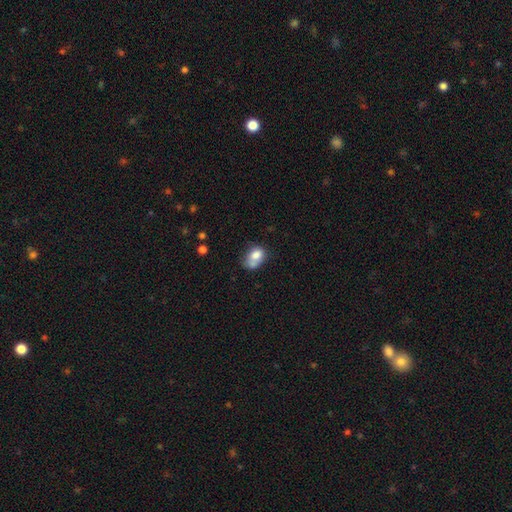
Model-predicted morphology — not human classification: This is likely a smooth galaxy (73%). How rounded: likely in between (64%). Merging: marginally merger (36%).